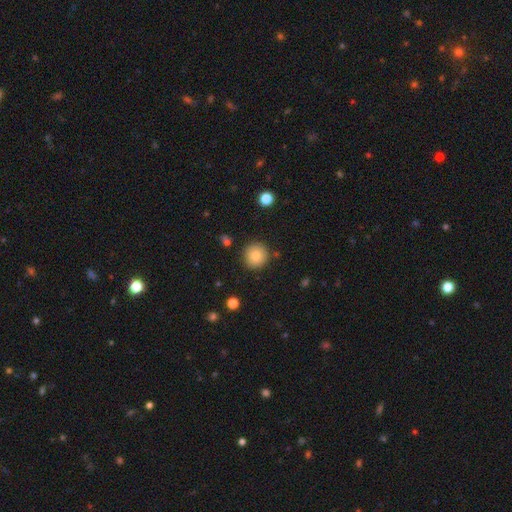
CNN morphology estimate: smooth-or-featured: smooth: 82% | star or artifact: 10% | featured or disk: 8%
  how-rounded: round: 94% | in between: 5% | cigar-shaped: 1%
  merging: none: 89% | minor disturbance: 7% | major disturbance: 2% | merger: 2%